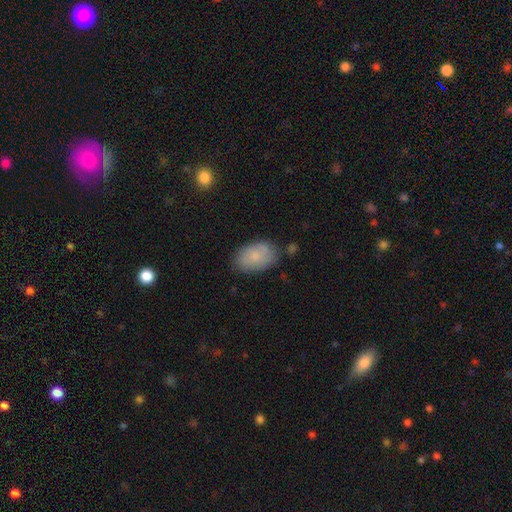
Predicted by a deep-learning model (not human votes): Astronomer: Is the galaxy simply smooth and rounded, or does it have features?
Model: smooth — 78%.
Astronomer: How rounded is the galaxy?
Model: in between — 89%.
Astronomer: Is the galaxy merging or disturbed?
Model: none — 75%.